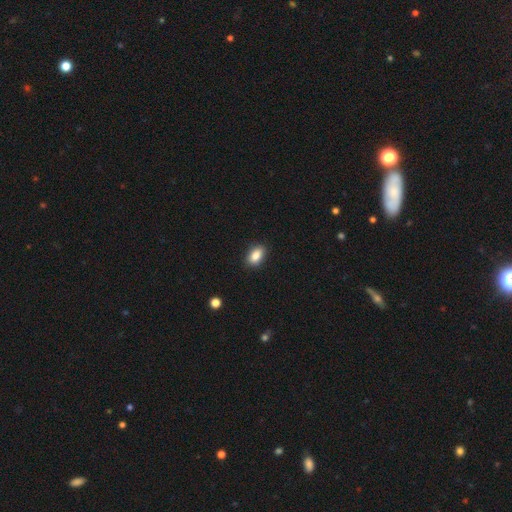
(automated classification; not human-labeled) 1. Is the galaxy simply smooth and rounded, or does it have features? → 86% smooth, 8% star or artifact, 6% featured or disk.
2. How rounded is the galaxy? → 88% in between, 10% round, 2% cigar-shaped.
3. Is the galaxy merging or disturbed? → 89% none, 8% minor disturbance, 2% major disturbance, 1% merger.